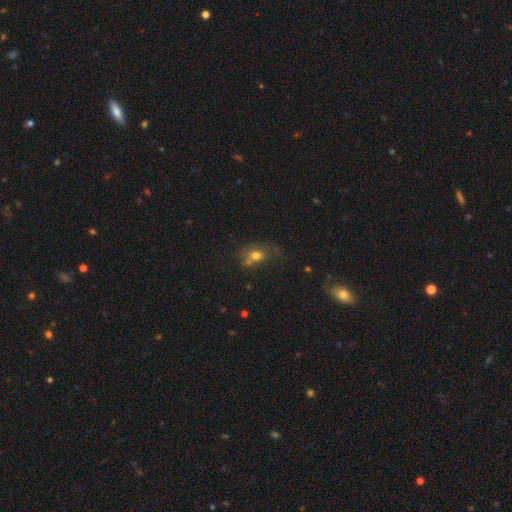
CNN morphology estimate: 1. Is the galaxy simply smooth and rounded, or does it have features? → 68% smooth, 19% featured or disk, 13% star or artifact.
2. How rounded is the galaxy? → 61% in between, 37% round, 2% cigar-shaped.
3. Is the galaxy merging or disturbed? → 37% none, 24% minor disturbance, 20% major disturbance, 19% merger.